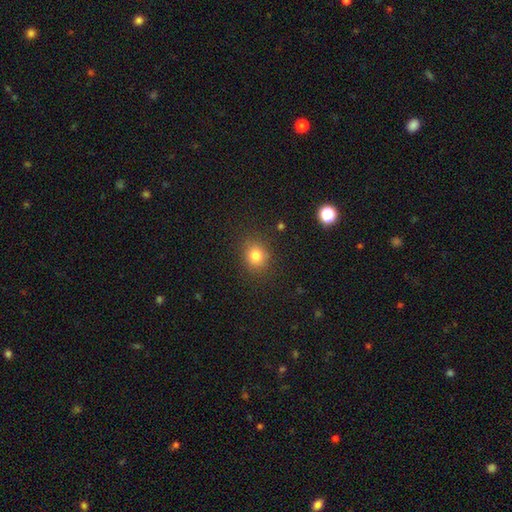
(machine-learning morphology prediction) A smooth galaxy with no disk features (80%) that is round (74%).

Vote fractions:
- Smooth or featured? smooth: 80% / star or artifact: 13% / featured or disk: 7%
- How rounded? round: 74% / in between: 25% / cigar-shaped: 1%
- Merging? none: 85% / minor disturbance: 10% / major disturbance: 3% / merger: 1%